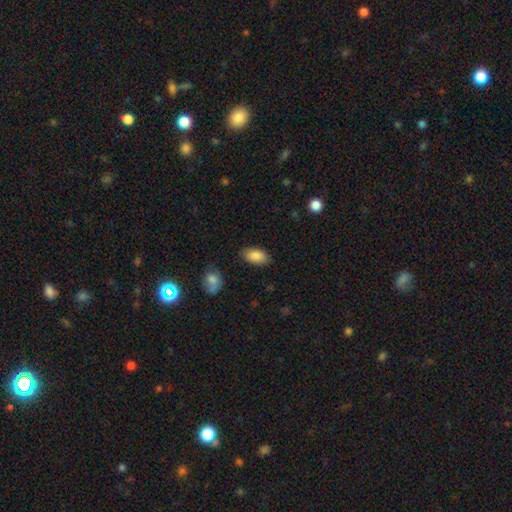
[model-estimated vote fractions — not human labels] Smooth or featured: smooth — 87% (star or artifact — 7%)
How rounded: in between — 93% (round — 4%)
Merging: none — 85% (minor disturbance — 11%)